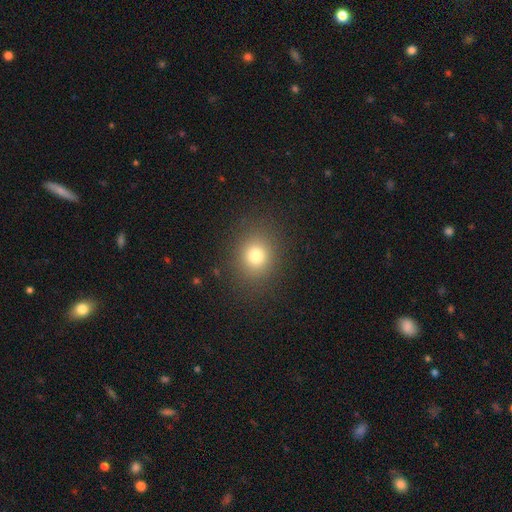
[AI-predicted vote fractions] smooth 77%, star or artifact 15%, featured or disk 8%. Down the decision tree: how rounded — round (76%); merging — none (87%).